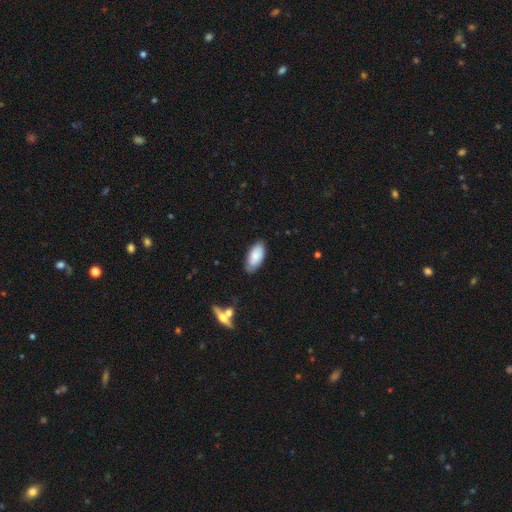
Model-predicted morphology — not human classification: Smooth or featured?
  - smooth: 83% *
  - featured or disk: 11%
  - star or artifact: 6%
How rounded?
  - in between: 92% *
  - cigar-shaped: 6%
  - round: 2%
Merging?
  - none: 81% *
  - minor disturbance: 15%
  - major disturbance: 2%
  - merger: 1%